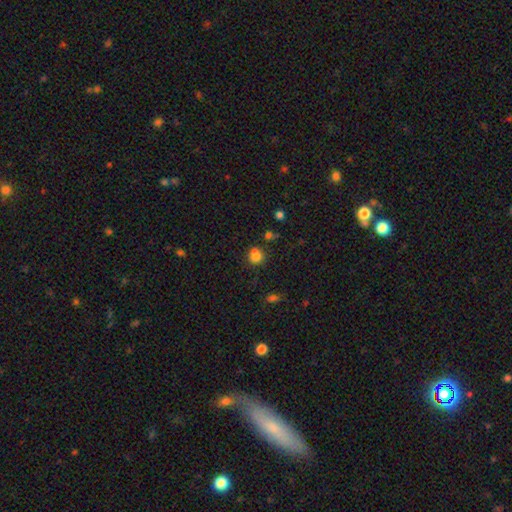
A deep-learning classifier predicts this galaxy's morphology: Q: Smooth or featured?
A: smooth (77%); runner-up: star or artifact (14%)
Q: How rounded?
A: round (75%); runner-up: in between (24%)
Q: Merging?
A: none (54%); runner-up: merger (22%)